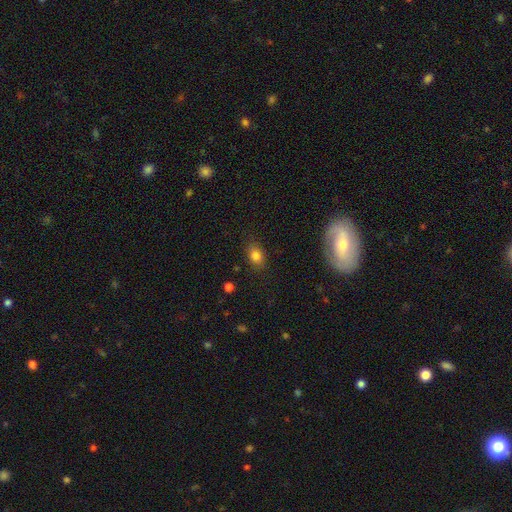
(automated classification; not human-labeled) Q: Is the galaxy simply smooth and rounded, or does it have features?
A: smooth — 82%.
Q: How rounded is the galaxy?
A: in between — 71%.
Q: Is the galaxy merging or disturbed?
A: none — 82%.